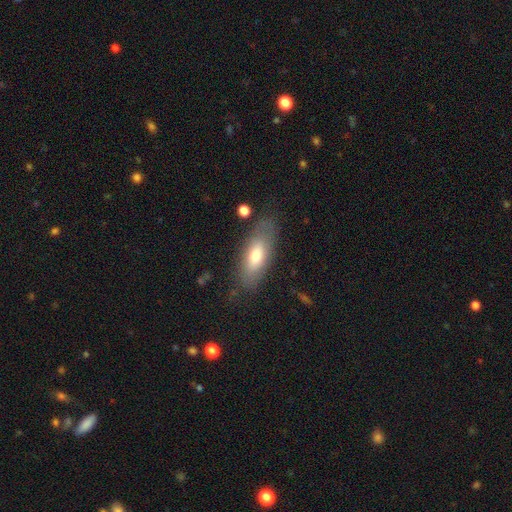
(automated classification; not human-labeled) smooth_or_featured: smooth (p=0.67) [alt: featured or disk p=0.26]
how_rounded: in between (p=0.74) [alt: cigar-shaped p=0.23]
merging: none (p=0.77) [alt: minor disturbance p=0.16]